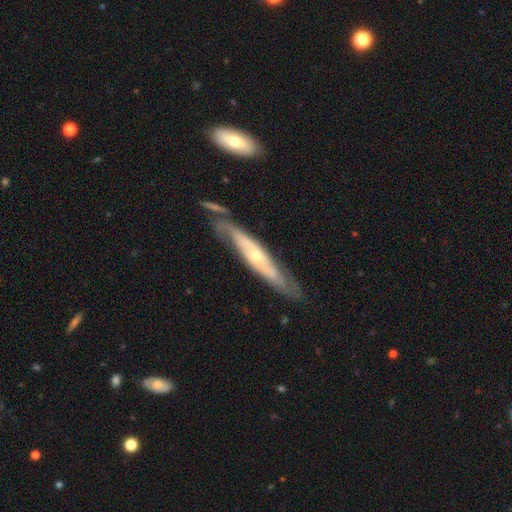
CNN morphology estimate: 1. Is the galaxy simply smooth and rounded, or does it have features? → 75% featured or disk, 19% smooth, 6% star or artifact.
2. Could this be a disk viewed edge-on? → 55% no, 45% yes.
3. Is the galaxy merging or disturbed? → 66% none, 21% minor disturbance, 8% major disturbance, 5% merger.